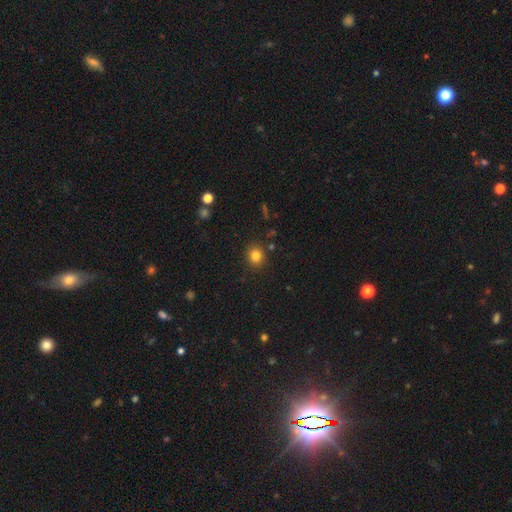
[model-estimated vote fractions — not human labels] Smooth or featured?
  - smooth: 82% *
  - star or artifact: 13%
  - featured or disk: 6%
How rounded?
  - round: 79% *
  - in between: 20%
  - cigar-shaped: 1%
Merging?
  - none: 87% *
  - minor disturbance: 8%
  - merger: 3%
  - major disturbance: 2%